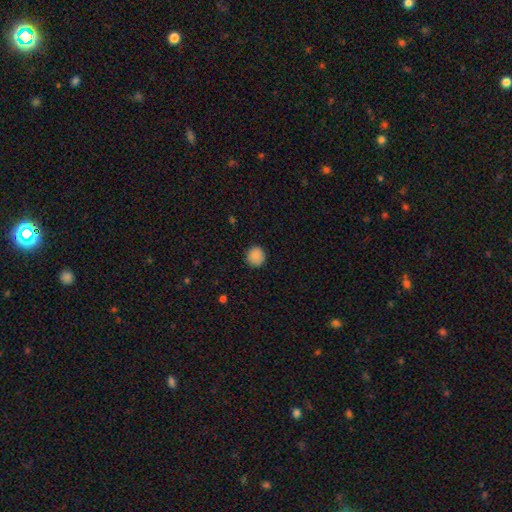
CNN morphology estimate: Q: Smooth or featured?
A: smooth (89%); runner-up: star or artifact (8%)
Q: How rounded?
A: round (91%); runner-up: in between (8%)
Q: Merging?
A: none (89%); runner-up: minor disturbance (8%)